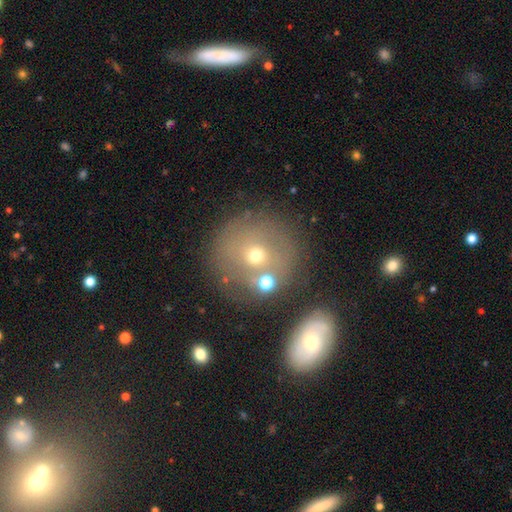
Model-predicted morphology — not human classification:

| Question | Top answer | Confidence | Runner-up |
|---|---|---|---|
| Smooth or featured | smooth | 56% | featured or disk (30%) |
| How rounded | round | 88% | in between (11%) |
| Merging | none | 62% | merger (21%) |